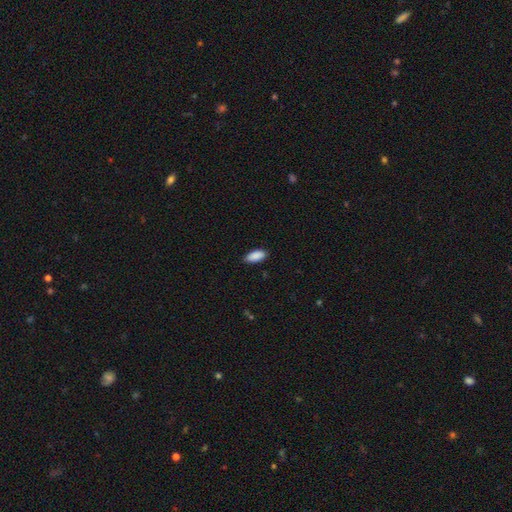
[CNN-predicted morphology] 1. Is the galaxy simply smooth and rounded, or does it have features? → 90% smooth, 6% star or artifact, 4% featured or disk.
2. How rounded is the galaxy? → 90% in between, 8% cigar-shaped, 2% round.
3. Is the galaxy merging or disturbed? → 86% none, 11% minor disturbance, 2% major disturbance, 1% merger.